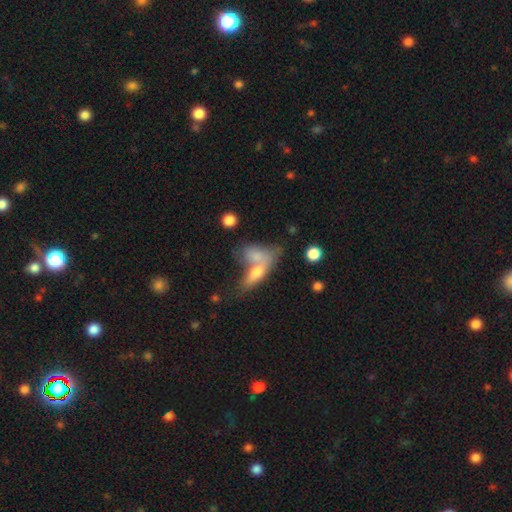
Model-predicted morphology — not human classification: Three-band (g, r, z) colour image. It shows a smooth galaxy with no disk features (68%) that is in between round and cigar-shaped (72%). Merging: merger (57%).